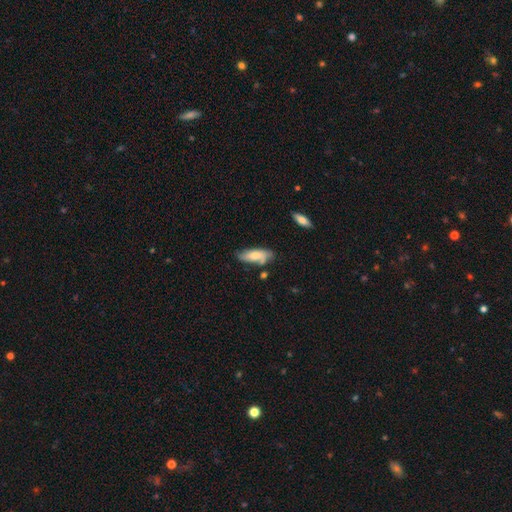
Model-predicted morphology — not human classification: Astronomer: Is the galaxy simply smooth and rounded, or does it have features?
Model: smooth — 66%.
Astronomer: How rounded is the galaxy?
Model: in between — 69%.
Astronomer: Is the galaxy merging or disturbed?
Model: none — 62%.